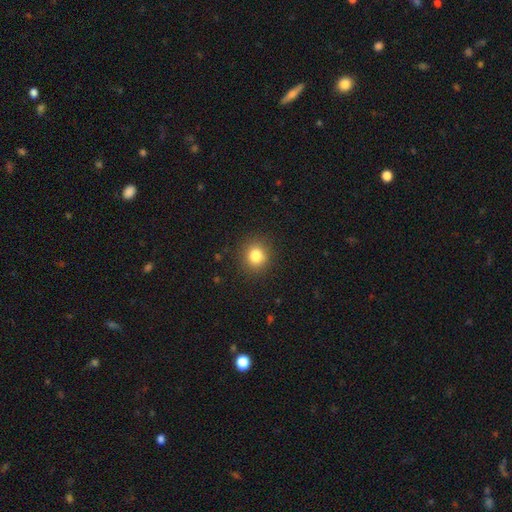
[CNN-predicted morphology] This appears to be a smooth galaxy with no disk features (83%) that is round (80%). Merging: none (88%).